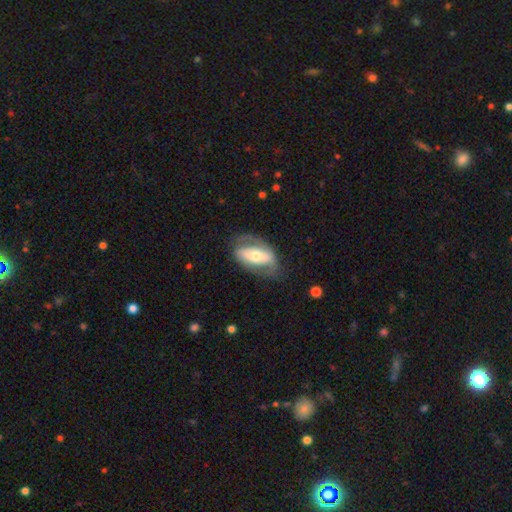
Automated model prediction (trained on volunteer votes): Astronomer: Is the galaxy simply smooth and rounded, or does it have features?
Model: featured or disk — 60%.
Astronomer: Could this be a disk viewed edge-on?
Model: no — 89%.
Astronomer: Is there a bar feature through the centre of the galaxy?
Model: no — 41% (runner-up: strong, 37%).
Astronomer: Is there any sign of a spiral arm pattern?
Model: yes — 52% (runner-up: no, 48%).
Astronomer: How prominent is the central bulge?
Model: moderate — 60%.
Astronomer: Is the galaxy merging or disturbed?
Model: none — 61%.